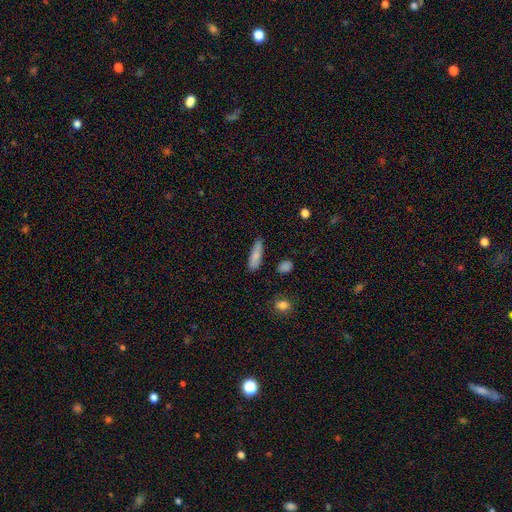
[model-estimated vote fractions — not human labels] A smooth galaxy with no disk features (82%) that is cigar-shaped (59%).

Vote fractions:
- Smooth or featured? smooth: 82% / featured or disk: 11% / star or artifact: 7%
- How rounded? cigar-shaped: 59% / in between: 38% / round: 2%
- Merging? none: 81% / minor disturbance: 14% / major disturbance: 3% / merger: 2%